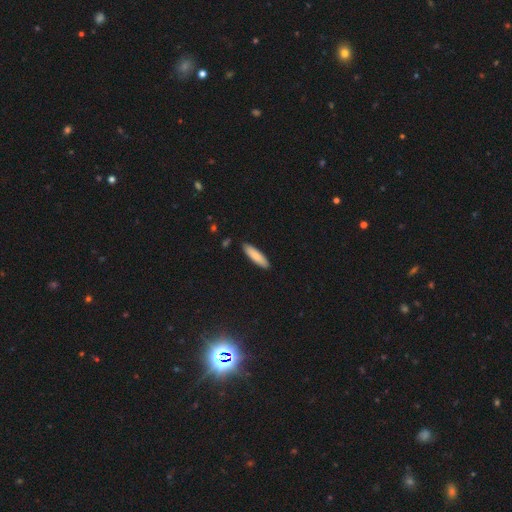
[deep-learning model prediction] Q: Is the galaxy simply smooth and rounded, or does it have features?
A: smooth — 83%.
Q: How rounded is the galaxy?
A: cigar-shaped — 70%.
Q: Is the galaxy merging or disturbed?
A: none — 89%.